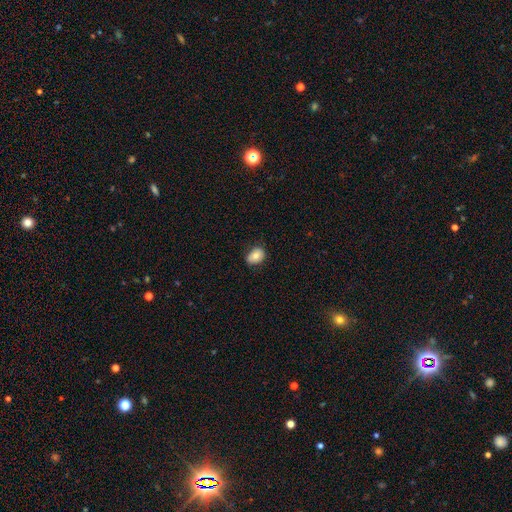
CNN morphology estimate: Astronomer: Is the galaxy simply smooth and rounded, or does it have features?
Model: smooth — 78%.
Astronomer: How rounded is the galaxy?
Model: in between — 65%.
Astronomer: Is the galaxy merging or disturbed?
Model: none — 78%.